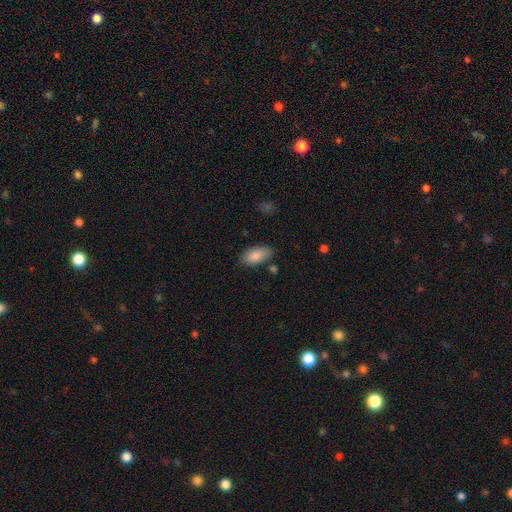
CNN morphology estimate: smooth_or_featured: smooth (p=0.85) [alt: featured or disk p=0.09]
how_rounded: in between (p=0.92) [alt: cigar-shaped p=0.06]
merging: none (p=0.78) [alt: minor disturbance p=0.15]